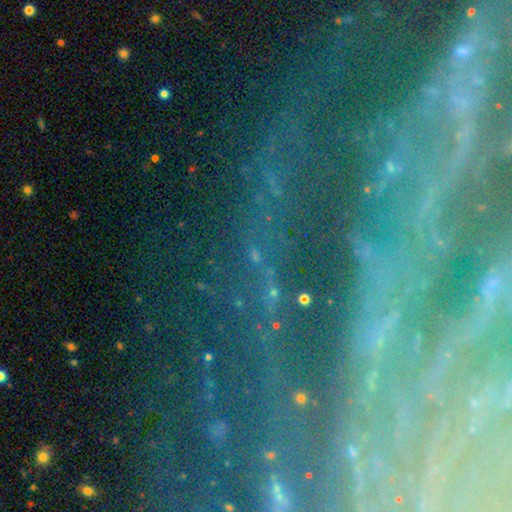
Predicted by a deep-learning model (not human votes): A star or artifact, not a galaxy (72%).

Vote fractions:
- Smooth or featured? star or artifact: 72% / smooth: 16% / featured or disk: 12%